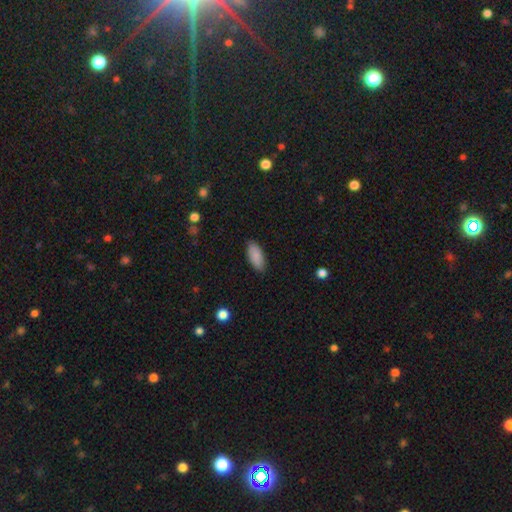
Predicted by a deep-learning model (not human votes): Morphology: type=smooth (89%); roundness=in between (86%); merging=none (86%).